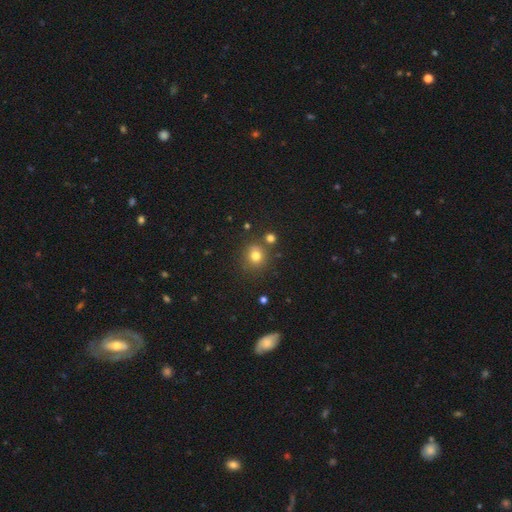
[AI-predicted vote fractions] Morphology: type=smooth (76%); roundness=round (83%); merging=none (75%).